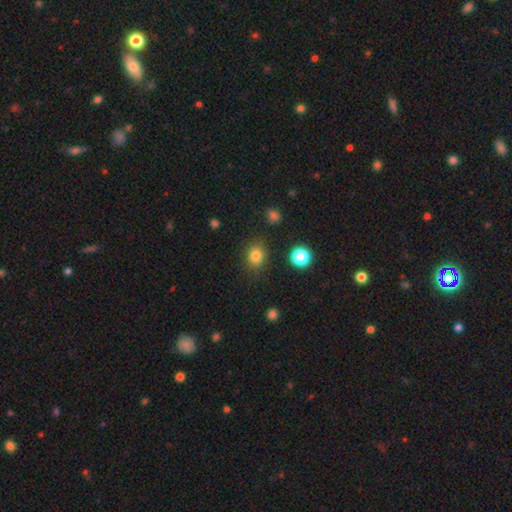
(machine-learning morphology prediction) Smooth or featured: smooth — 81% (star or artifact — 13%)
How rounded: round — 59% (in between — 40%)
Merging: none — 83% (minor disturbance — 11%)